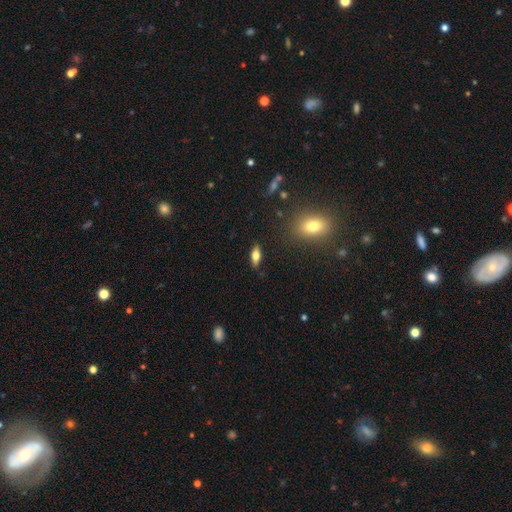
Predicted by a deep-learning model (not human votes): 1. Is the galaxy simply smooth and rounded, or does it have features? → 60% smooth, 31% featured or disk, 9% star or artifact.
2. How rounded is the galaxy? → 71% in between, 24% cigar-shaped, 5% round.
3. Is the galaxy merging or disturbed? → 85% none, 10% minor disturbance, 3% major disturbance, 2% merger.